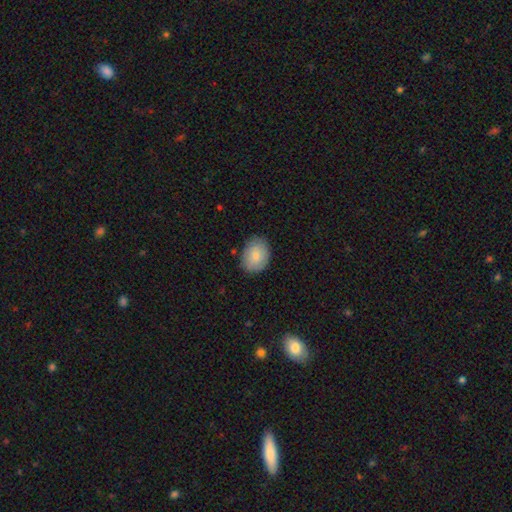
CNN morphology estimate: Q: Smooth or featured?
A: smooth (81%); runner-up: featured or disk (12%)
Q: How rounded?
A: in between (68%); runner-up: round (31%)
Q: Merging?
A: none (81%); runner-up: minor disturbance (15%)